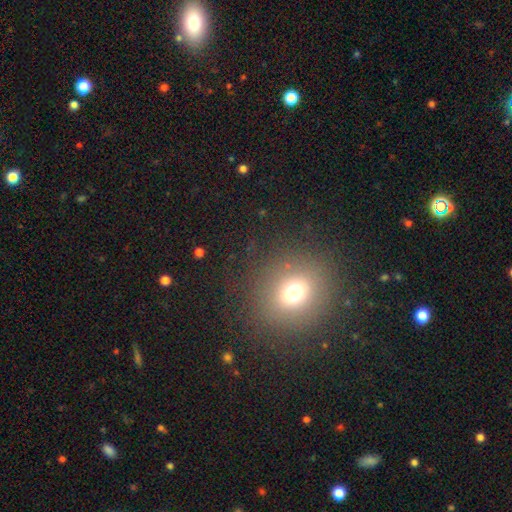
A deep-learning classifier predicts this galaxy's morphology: Q: Smooth or featured?
A: smooth (62%); runner-up: star or artifact (27%)
Q: How rounded?
A: round (78%); runner-up: in between (20%)
Q: Merging?
A: none (91%); runner-up: minor disturbance (5%)